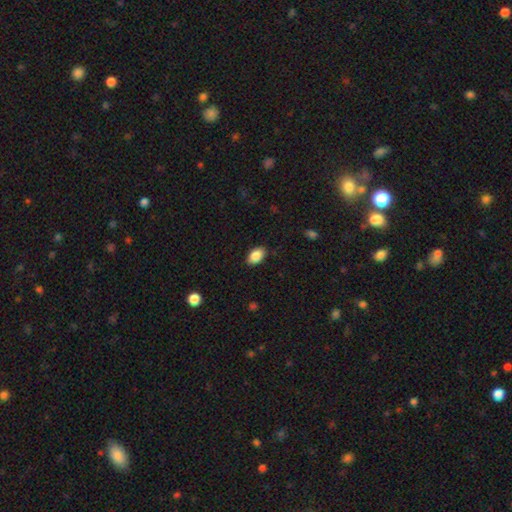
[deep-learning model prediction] Smooth or featured?
  - smooth: 88% *
  - star or artifact: 7%
  - featured or disk: 5%
How rounded?
  - in between: 91% *
  - round: 8%
  - cigar-shaped: 1%
Merging?
  - none: 86% *
  - minor disturbance: 11%
  - major disturbance: 2%
  - merger: 1%